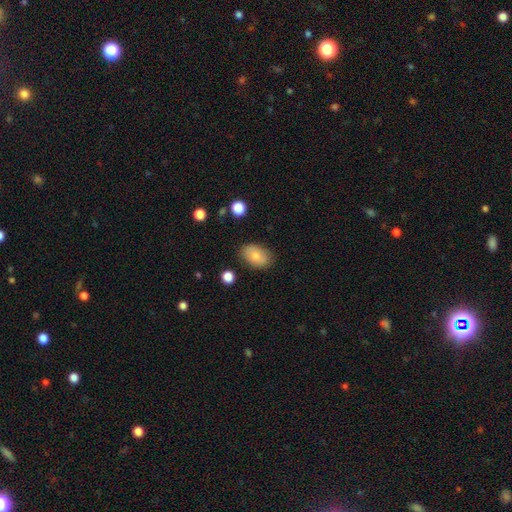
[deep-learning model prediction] Smooth or featured: smooth — 79% (featured or disk — 13%)
How rounded: in between — 88% (round — 11%)
Merging: none — 83% (minor disturbance — 13%)